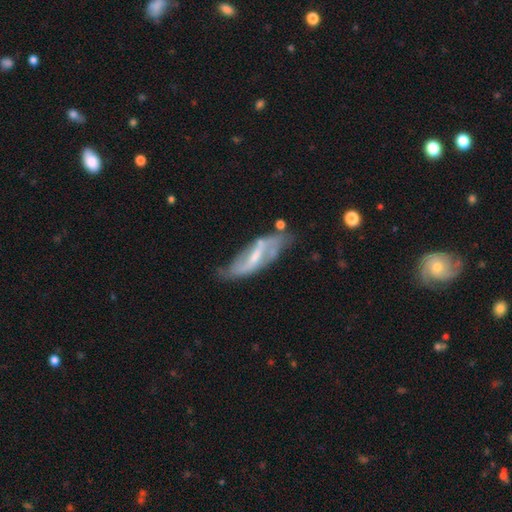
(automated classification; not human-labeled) A featured or disk galaxy (74%) with a strong bar (44%), 2 (78%) loose (61%) spiral arms (81%) and a small central bulge (50%). Merging: none (50%).